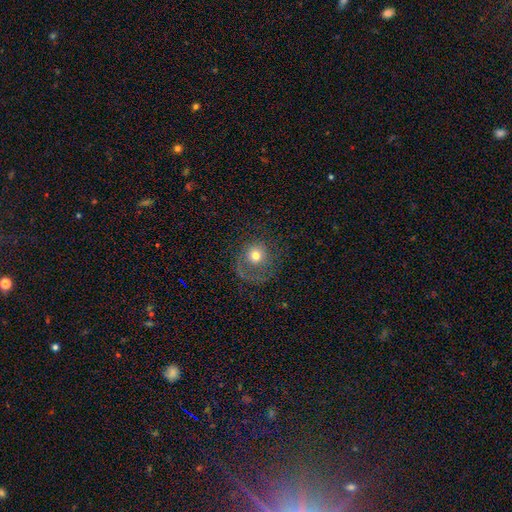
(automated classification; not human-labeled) smooth-or-featured: smooth: 54% | featured or disk: 34% | star or artifact: 12%
  how-rounded: round: 87% | in between: 12% | cigar-shaped: 1%
  merging: none: 60% | major disturbance: 22% | minor disturbance: 16% | merger: 2%